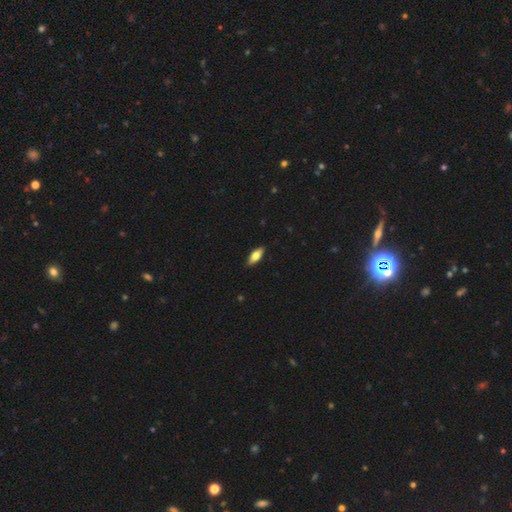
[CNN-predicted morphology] A smooth galaxy with no disk features (69%) that is in between round and cigar-shaped (75%). Merging: none (89%).